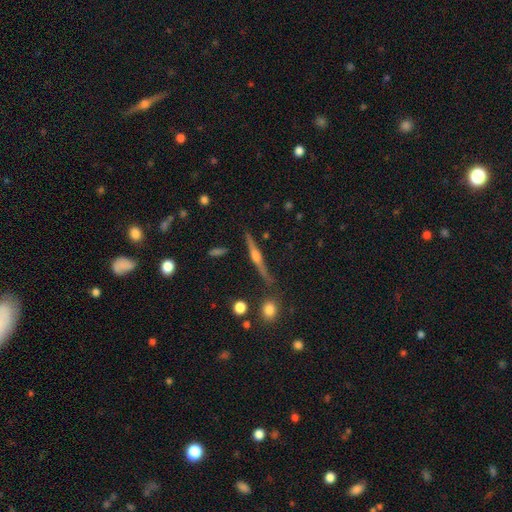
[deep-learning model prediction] smooth-or-featured: featured or disk: 79% | smooth: 14% | star or artifact: 7%
  disk-edge-on: yes: 98% | no: 2%
    edge-on-bulge: rounded: 90% | boxy: 6% | none: 4%
  merging: none: 84% | minor disturbance: 11% | merger: 3% | major disturbance: 3%